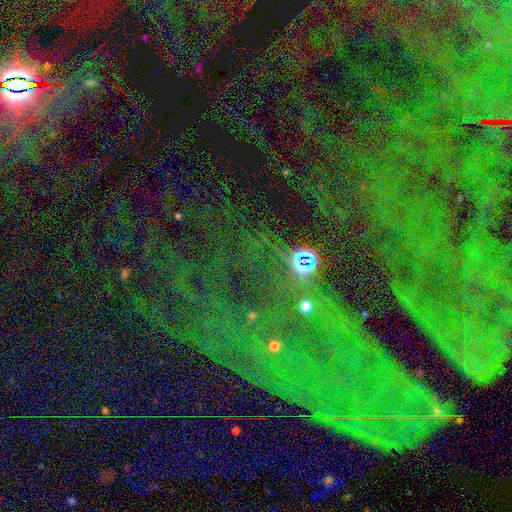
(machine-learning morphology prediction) smooth-or-featured: star or artifact: 81% | featured or disk: 11% | smooth: 8%